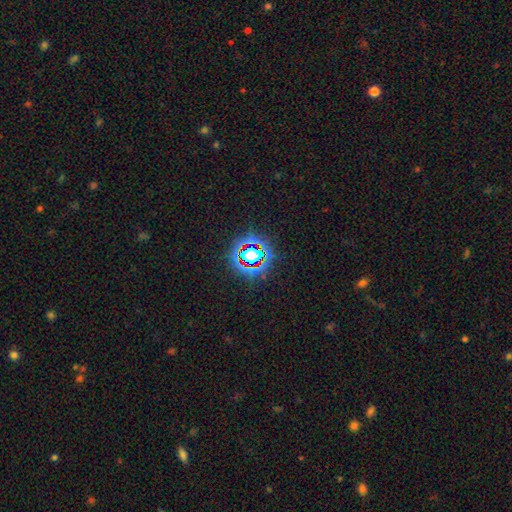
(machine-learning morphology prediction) This appears to be a star or artifact, not a galaxy (78%).